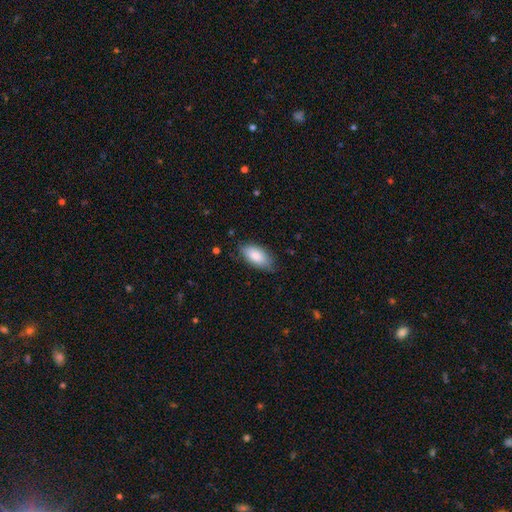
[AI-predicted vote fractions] smooth 84%, featured or disk 10%, star or artifact 6%. Down the decision tree: how rounded — in between (91%); merging — none (72%).